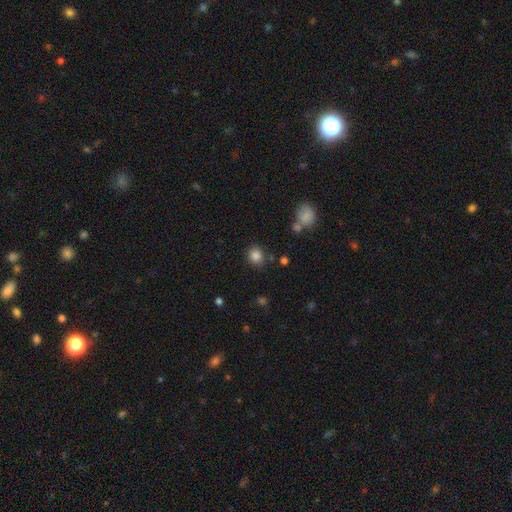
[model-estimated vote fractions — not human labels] smooth 84%, star or artifact 11%, featured or disk 5%. Down the decision tree: how rounded — round (78%); merging — none (83%).